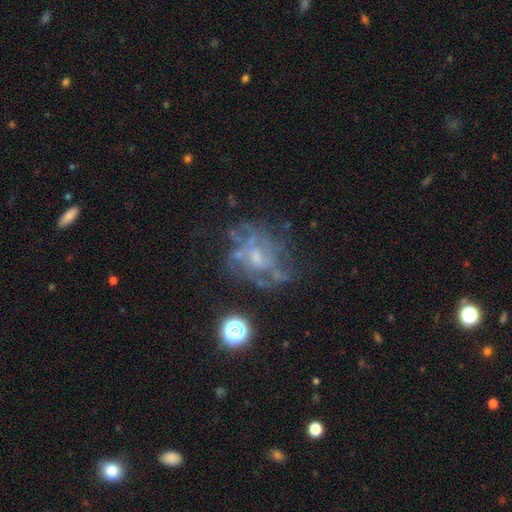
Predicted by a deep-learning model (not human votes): Smooth or featured? featured or disk (71%)
Edge-on disk? no (97%)
Bar? no (55%)
Spiral arms? yes (64%)
Bulge size? small (51%)
Merging? none (53%)